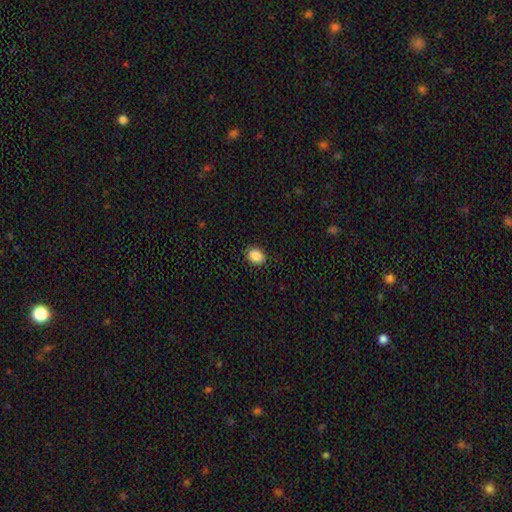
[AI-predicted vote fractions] Smooth or featured?
  - smooth: 88% *
  - star or artifact: 9%
  - featured or disk: 3%
How rounded?
  - in between: 62% *
  - round: 37%
  - cigar-shaped: 1%
Merging?
  - none: 88% *
  - minor disturbance: 9%
  - major disturbance: 2%
  - merger: 1%